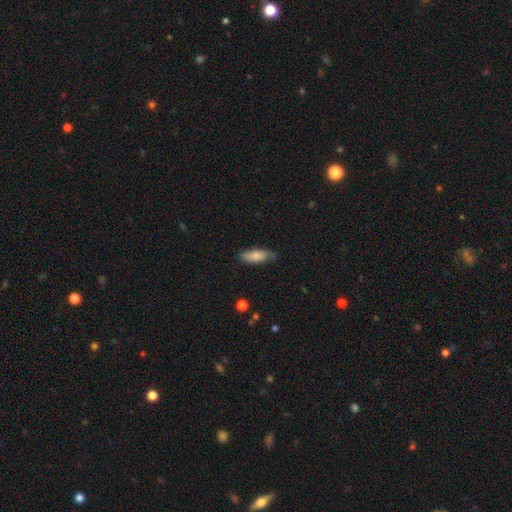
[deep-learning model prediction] Smooth or featured? smooth (74%)
How rounded? in between (68%)
Merging? none (67%)